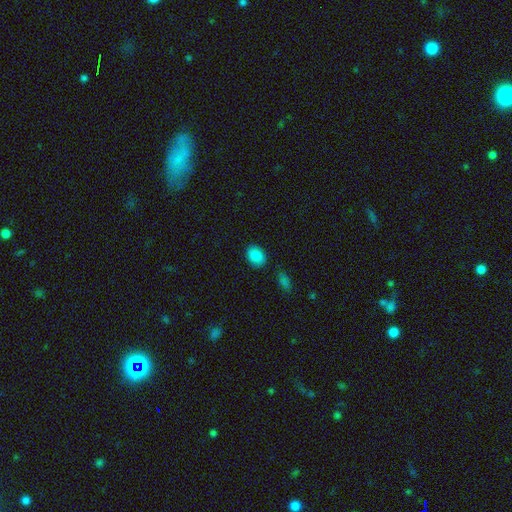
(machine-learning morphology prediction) smooth-or-featured: smooth: 87% | star or artifact: 9% | featured or disk: 4%
  how-rounded: in between: 63% | round: 36% | cigar-shaped: 1%
  merging: none: 84% | minor disturbance: 10% | merger: 3% | major disturbance: 3%